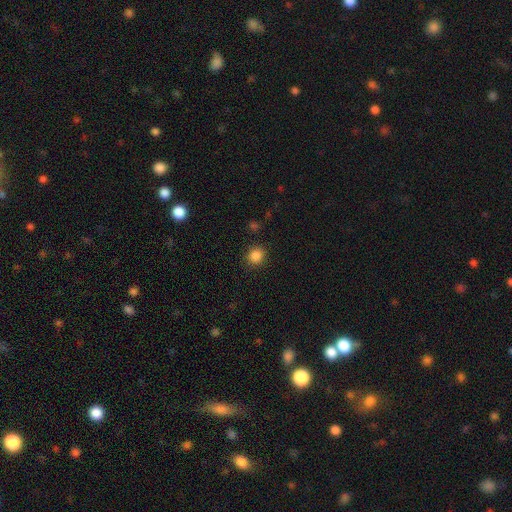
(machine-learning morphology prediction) type=smooth (85%); roundness=round (80%); merging=none (88%).